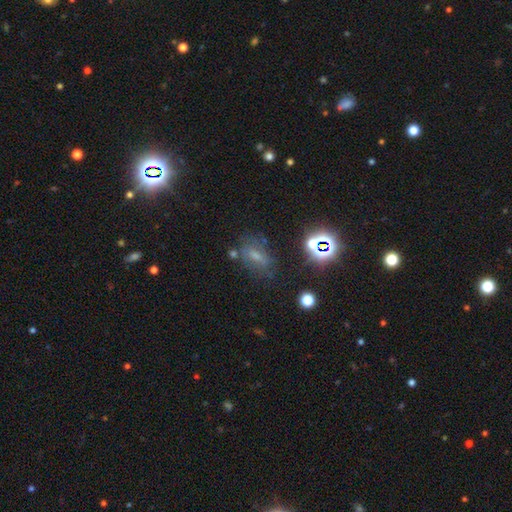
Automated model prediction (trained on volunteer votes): Q: Smooth or featured?
A: smooth (39%); runner-up: star or artifact (32%)
Q: Merging?
A: none (59%); runner-up: minor disturbance (21%)